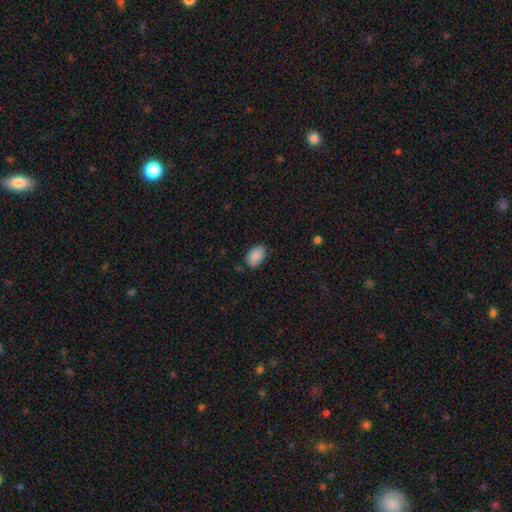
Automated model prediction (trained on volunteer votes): Morphology: type=smooth (88%); roundness=in between (88%); merging=none (75%).